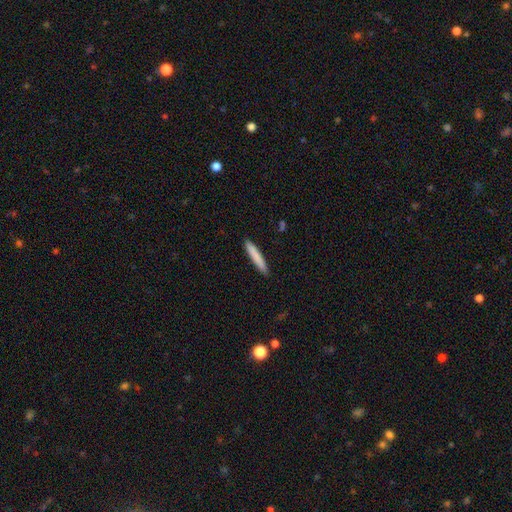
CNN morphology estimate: A smooth galaxy with no disk features (83%) that is cigar-shaped (93%).

Vote fractions:
- Smooth or featured? smooth: 83% / featured or disk: 12% / star or artifact: 6%
- How rounded? cigar-shaped: 93% / in between: 5% / round: 1%
- Merging? none: 91% / minor disturbance: 7% / major disturbance: 1% / merger: 1%